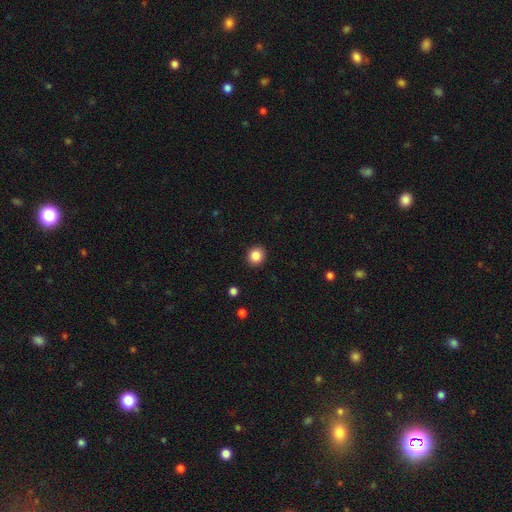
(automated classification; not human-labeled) Overall: smooth (86%). How rounded: round (83%). Merging: none (92%).